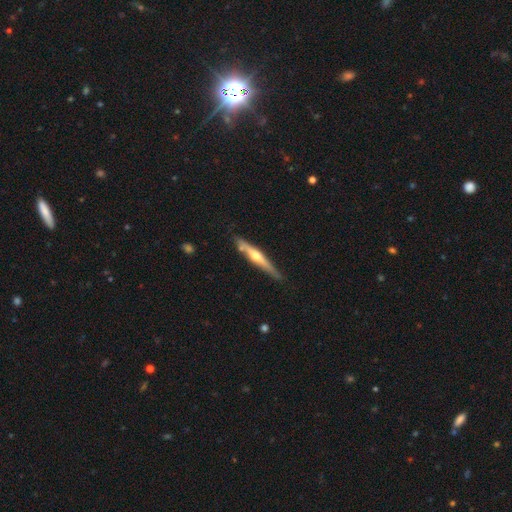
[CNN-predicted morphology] smooth-or-featured: featured or disk: 66% | smooth: 29% | star or artifact: 5%
  disk-edge-on: yes: 96% | no: 4%
    edge-on-bulge: rounded: 86% | none: 9% | boxy: 5%
  merging: none: 79% | minor disturbance: 15% | merger: 4% | major disturbance: 2%